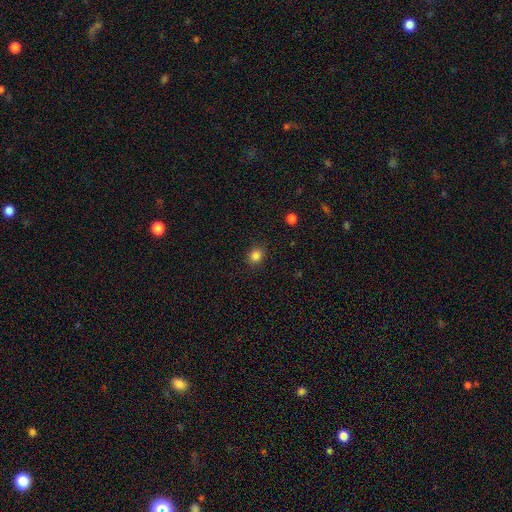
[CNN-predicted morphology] smooth_or_featured: smooth (p=0.85) [alt: star or artifact p=0.12]
how_rounded: round (p=0.70) [alt: in between p=0.29]
merging: none (p=0.87) [alt: minor disturbance p=0.09]